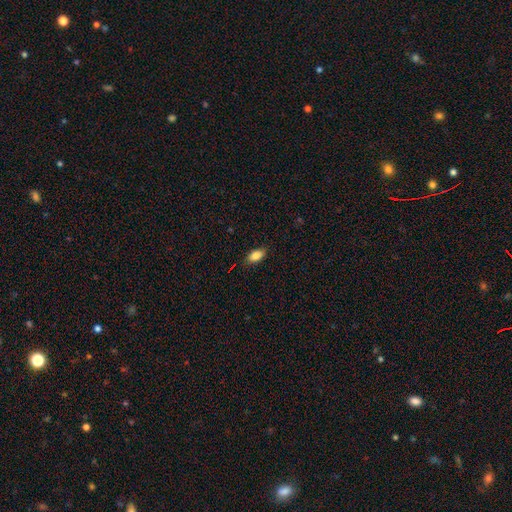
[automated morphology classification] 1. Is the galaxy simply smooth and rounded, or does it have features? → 85% smooth, 8% star or artifact, 7% featured or disk.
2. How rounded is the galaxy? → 90% in between, 6% cigar-shaped, 5% round.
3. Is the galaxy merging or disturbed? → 84% none, 13% minor disturbance, 3% major disturbance, 1% merger.